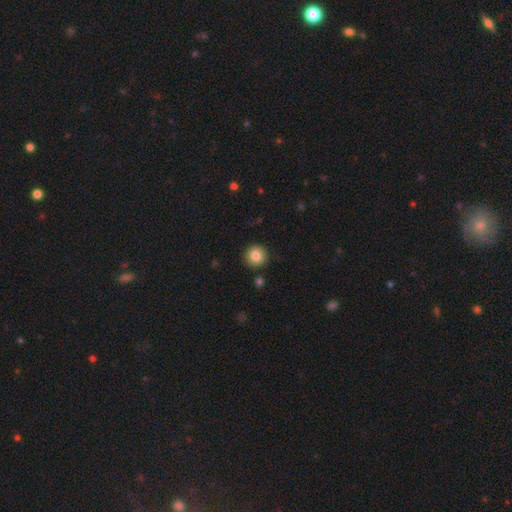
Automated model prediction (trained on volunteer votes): smooth-or-featured: smooth: 84% | star or artifact: 9% | featured or disk: 7%
  how-rounded: round: 94% | in between: 5% | cigar-shaped: 1%
  merging: none: 90% | minor disturbance: 6% | merger: 2% | major disturbance: 2%